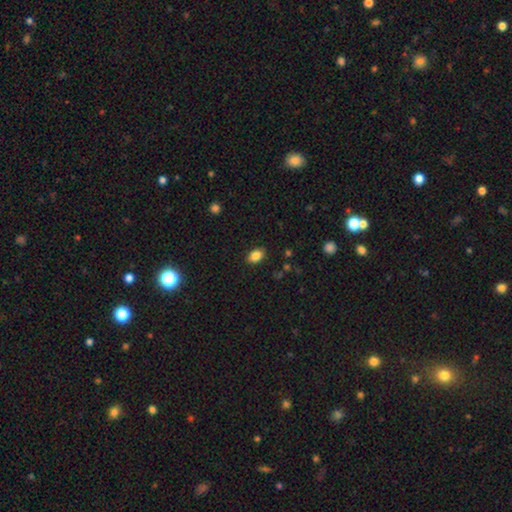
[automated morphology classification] type=smooth (85%); roundness=in between (84%); merging=none (87%).